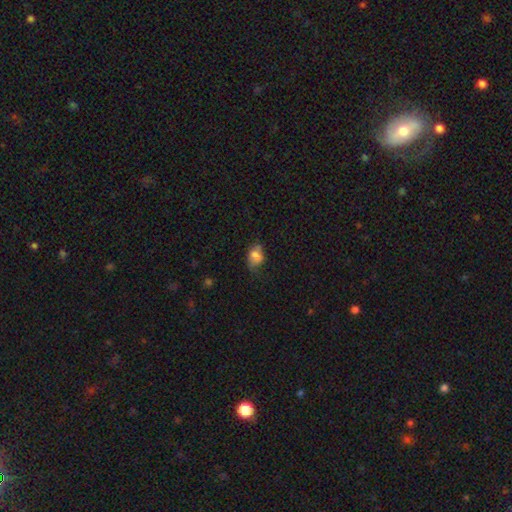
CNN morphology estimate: Smooth or featured: smooth — 73% (featured or disk — 15%)
How rounded: in between — 71% (round — 28%)
Merging: none — 43% (minor disturbance — 33%)